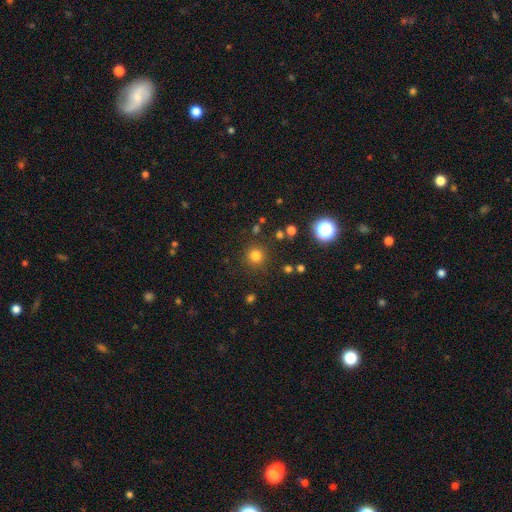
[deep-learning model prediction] Smooth or featured? Predicted: smooth (p=0.78). How rounded? Predicted: round (p=0.95). Merging? Predicted: none (p=0.88).